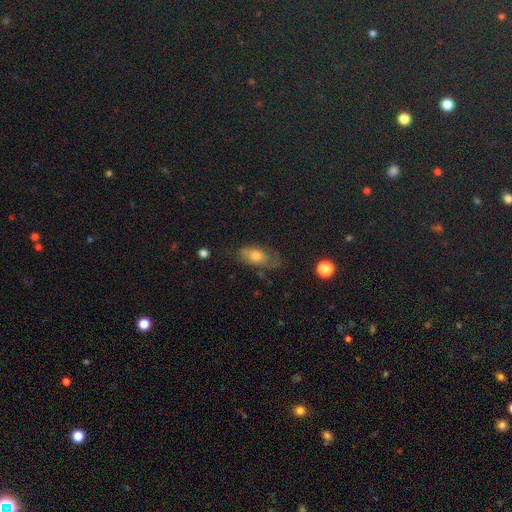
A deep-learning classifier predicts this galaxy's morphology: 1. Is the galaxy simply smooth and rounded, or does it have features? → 62% smooth, 28% featured or disk, 10% star or artifact.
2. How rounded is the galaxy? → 85% in between, 8% round, 8% cigar-shaped.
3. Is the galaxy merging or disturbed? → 62% none, 26% minor disturbance, 10% major disturbance, 2% merger.